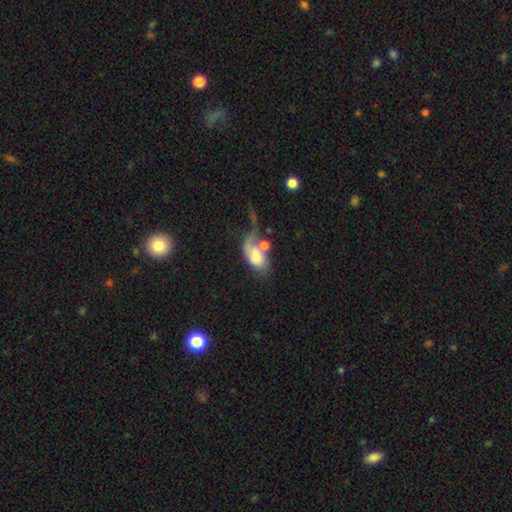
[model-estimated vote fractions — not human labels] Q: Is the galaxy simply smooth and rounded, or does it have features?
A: smooth — 50%.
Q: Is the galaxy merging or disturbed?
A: major disturbance — 37%.